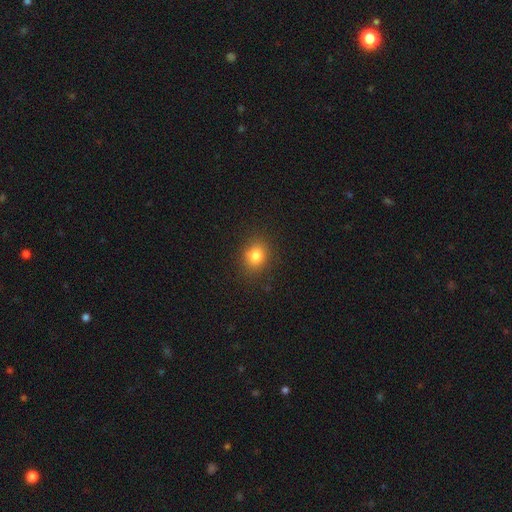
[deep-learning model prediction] Smooth or featured: smooth — 81% (star or artifact — 13%)
How rounded: round — 63% (in between — 36%)
Merging: none — 85% (minor disturbance — 10%)